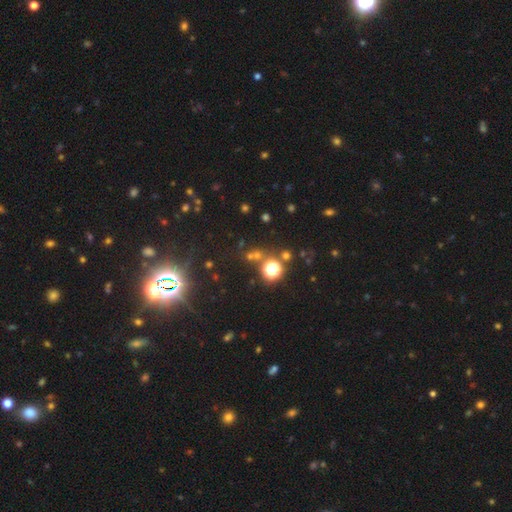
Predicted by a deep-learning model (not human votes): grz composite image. It shows a star or artifact, not a galaxy (67%).